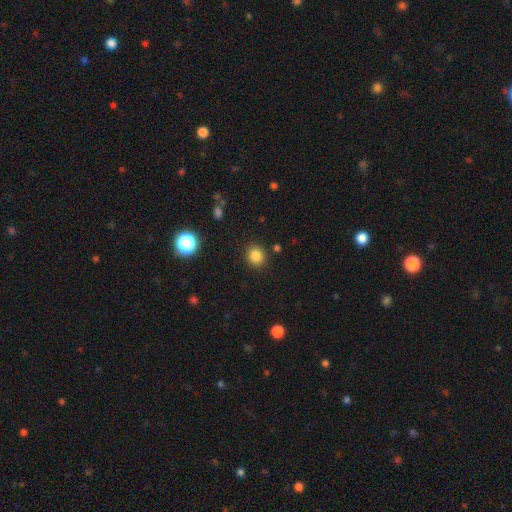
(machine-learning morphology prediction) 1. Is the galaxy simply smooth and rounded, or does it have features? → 83% smooth, 12% star or artifact, 4% featured or disk.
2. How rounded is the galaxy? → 86% round, 13% in between, 1% cigar-shaped.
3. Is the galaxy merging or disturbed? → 88% none, 7% minor disturbance, 2% major disturbance, 2% merger.